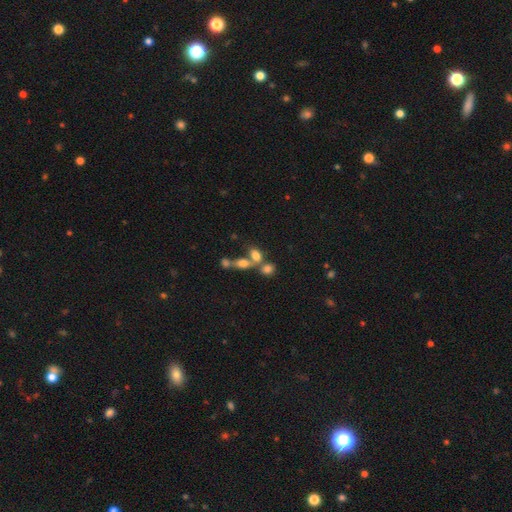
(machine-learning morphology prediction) smooth-or-featured: smooth: 72% | featured or disk: 15% | star or artifact: 13%
  how-rounded: in between: 74% | round: 21% | cigar-shaped: 5%
  merging: merger: 49% | none: 34% | minor disturbance: 10% | major disturbance: 6%